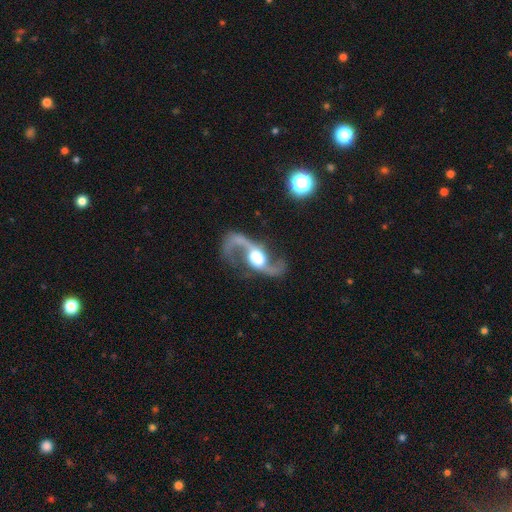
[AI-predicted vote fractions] Smooth or featured?
  - featured or disk: 91% *
  - smooth: 5%
  - star or artifact: 4%
Edge-on disk?
  - no: 95% *
  - yes: 5%
Bar?
  - no: 44% *
  - weak: 34%
  - strong: 22%
Spiral arms?
  - yes: 97% *
  - no: 3%
Spiral winding?
  - loose: 73% *
  - medium: 23%
  - tight: 4%
Spiral arm count?
  - 2: 94% *
  - 1: 2%
  - can't tell: 1%
  - 3: 1%
  - 4: 1%
  - more than 4: 1%
Bulge size?
  - large: 45% *
  - moderate: 40%
  - dominant: 8%
  - small: 5%
  - none: 2%
Merging?
  - none: 74% *
  - minor disturbance: 12%
  - major disturbance: 11%
  - merger: 3%